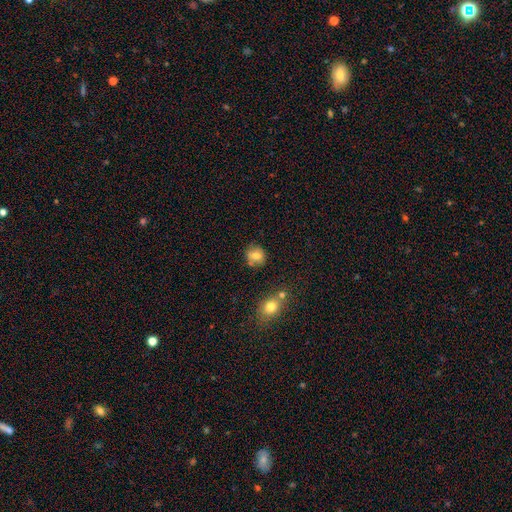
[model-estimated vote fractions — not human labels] Smooth or featured? Predicted: smooth (p=0.75). How rounded? Predicted: round (p=0.79). Merging? Predicted: none (p=0.75).